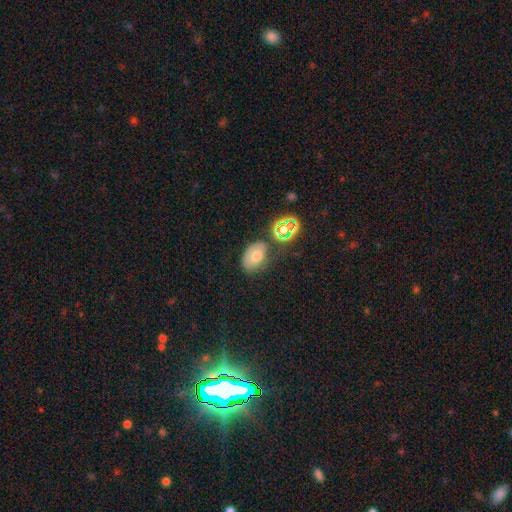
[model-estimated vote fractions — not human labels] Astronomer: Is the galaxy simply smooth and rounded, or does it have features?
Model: smooth — 56%.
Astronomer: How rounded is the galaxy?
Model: in between — 83%.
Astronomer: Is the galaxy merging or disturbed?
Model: none — 59%.